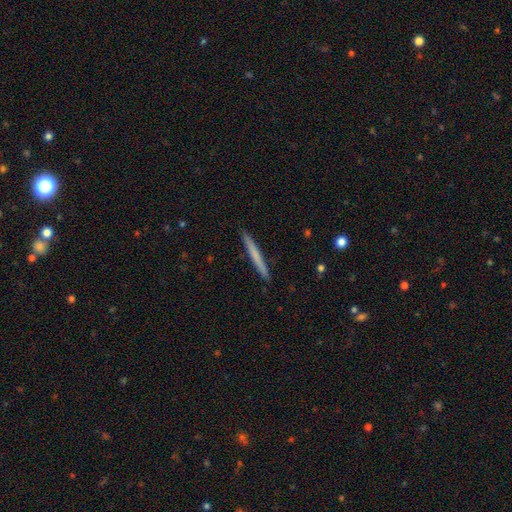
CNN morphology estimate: A smooth galaxy with no disk features (62%) that is cigar-shaped (97%).

Vote fractions:
- Smooth or featured? smooth: 62% / featured or disk: 32% / star or artifact: 6%
- How rounded? cigar-shaped: 97% / in between: 2% / round: 1%
- Merging? none: 92% / minor disturbance: 6% / major disturbance: 1% / merger: 1%